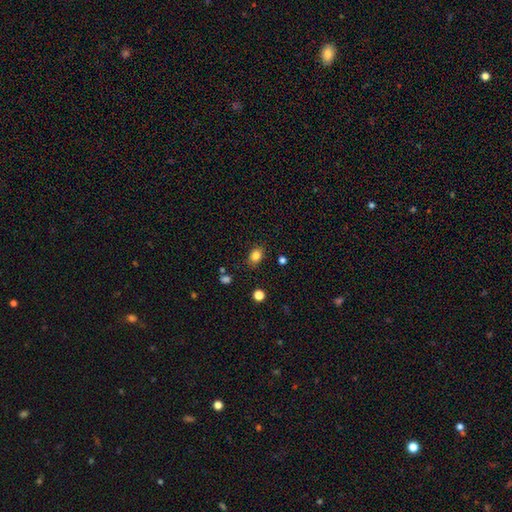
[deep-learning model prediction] Morphology: type=smooth (83%); roundness=in between (67%); merging=none (85%).